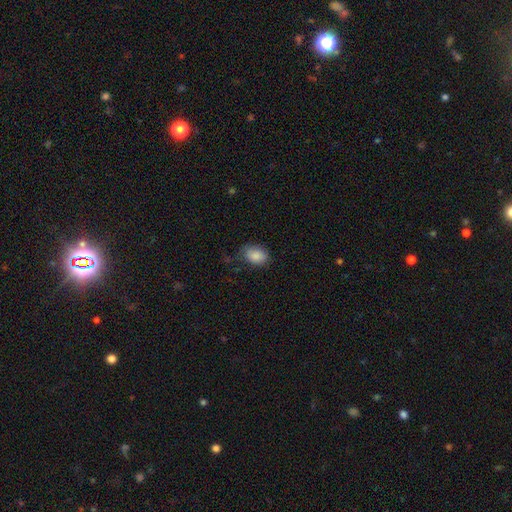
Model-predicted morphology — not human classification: smooth 86%, star or artifact 7%, featured or disk 7%. Down the decision tree: how rounded — in between (73%); merging — none (66%).